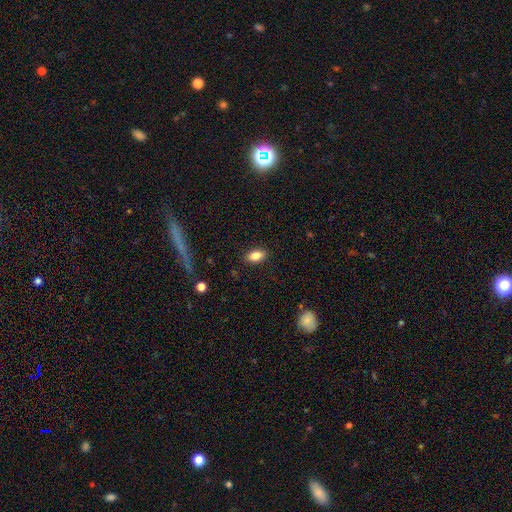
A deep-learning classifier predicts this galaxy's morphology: Overall: smooth (84%). How rounded: in between (89%). Merging: none (87%).